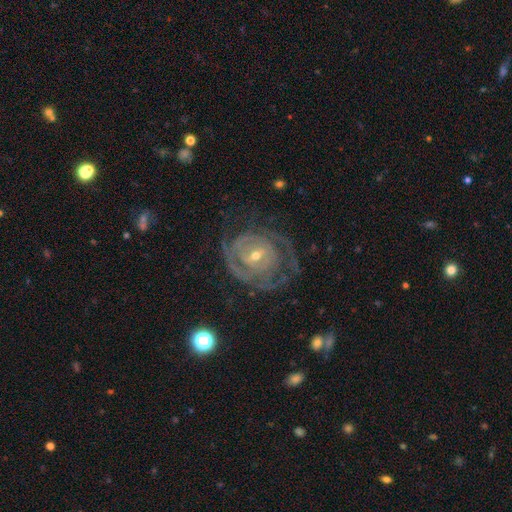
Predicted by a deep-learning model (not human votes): Smooth or featured? featured or disk (88%)
Edge-on disk? no (97%)
Bar? weak (44%)
Spiral arms? yes (95%)
Spiral winding? tight (71%)
Spiral arm count? can't tell (30%, tied with 2)
Bulge size? small (60%)
Merging? none (63%)